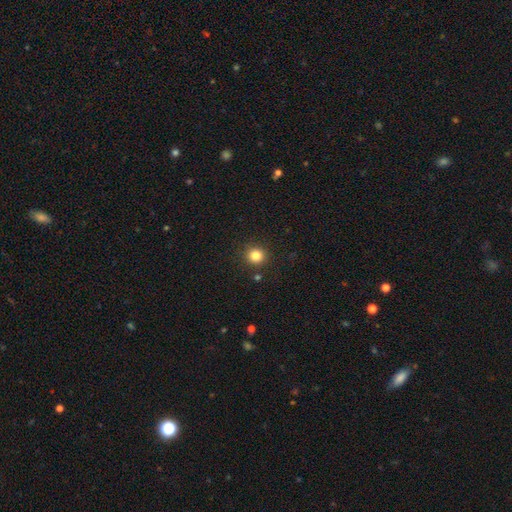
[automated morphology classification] Smooth or featured? smooth (83%)
How rounded? round (93%)
Merging? none (90%)